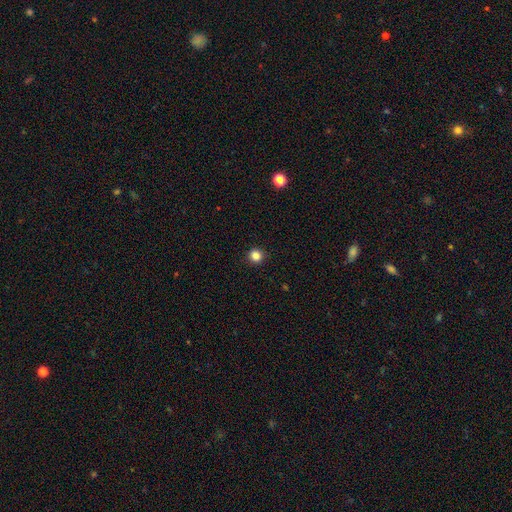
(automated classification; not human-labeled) This is clearly a smooth galaxy (85%). How rounded: clearly round (94%). Merging: clearly none (93%).